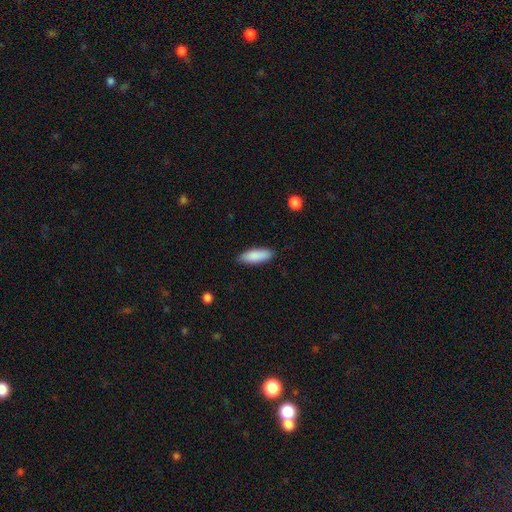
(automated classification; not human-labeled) Smooth or featured? smooth (88%)
How rounded? in between (64%)
Merging? none (87%)